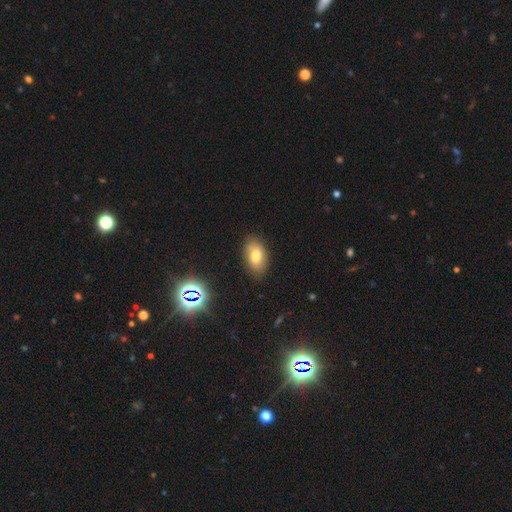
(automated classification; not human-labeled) Overall: smooth (72%). How rounded: in between (91%). Merging: none (84%).